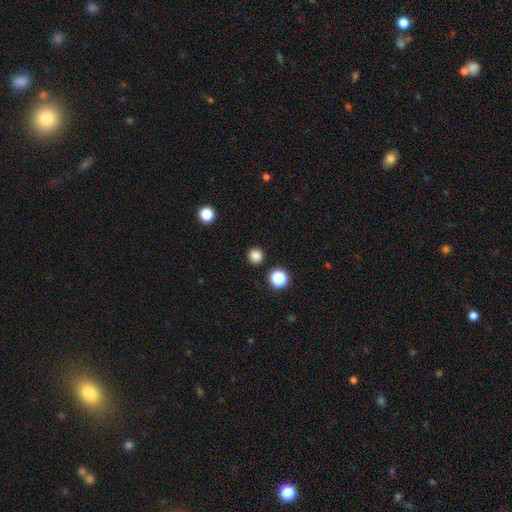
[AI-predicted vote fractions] A smooth galaxy with no disk features (83%) that is round (93%).

Vote fractions:
- Smooth or featured? smooth: 83% / star or artifact: 13% / featured or disk: 3%
- How rounded? round: 93% / in between: 6% / cigar-shaped: 1%
- Merging? none: 91% / minor disturbance: 5% / merger: 2% / major disturbance: 2%